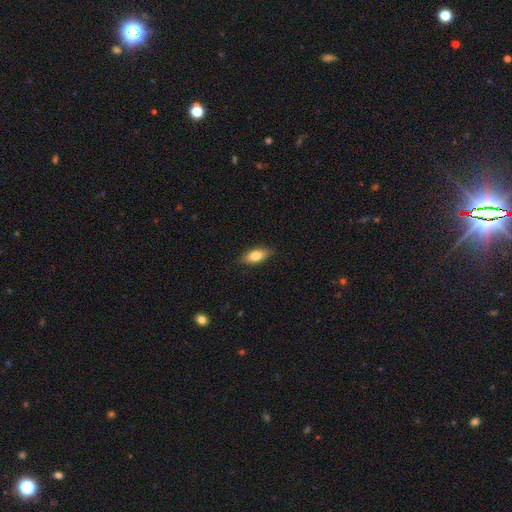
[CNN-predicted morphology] Overall: smooth (76%). How rounded: in between (82%). Merging: none (85%).